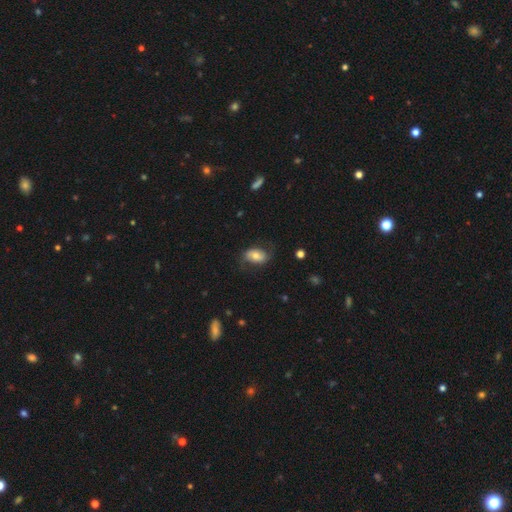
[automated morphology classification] Smooth or featured? smooth (51%)
How rounded? in between (86%)
Merging? none (65%)